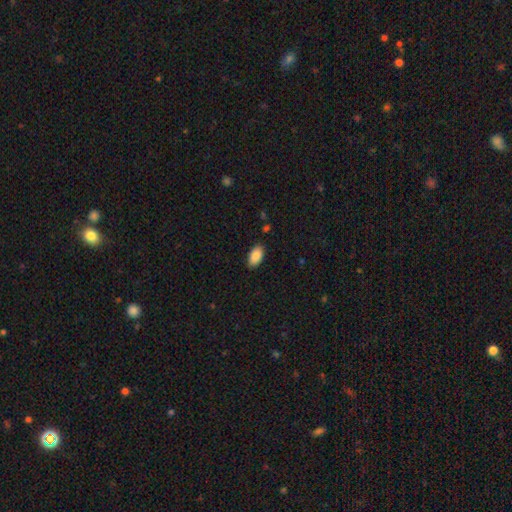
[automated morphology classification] Overall: smooth (88%). How rounded: in between (94%). Merging: none (87%).